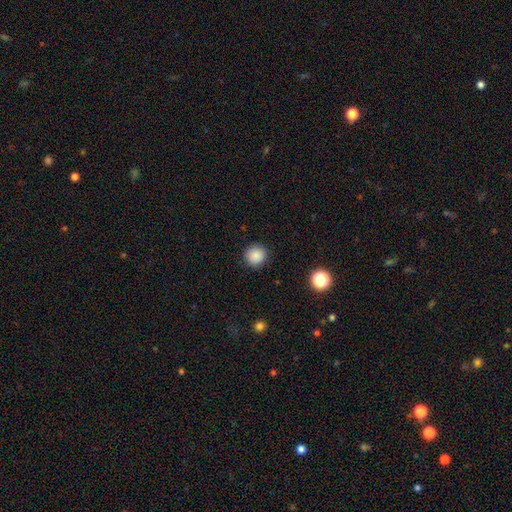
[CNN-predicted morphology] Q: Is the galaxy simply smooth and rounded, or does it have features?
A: smooth — 87%.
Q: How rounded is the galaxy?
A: round — 94%.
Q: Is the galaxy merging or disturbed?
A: none — 91%.